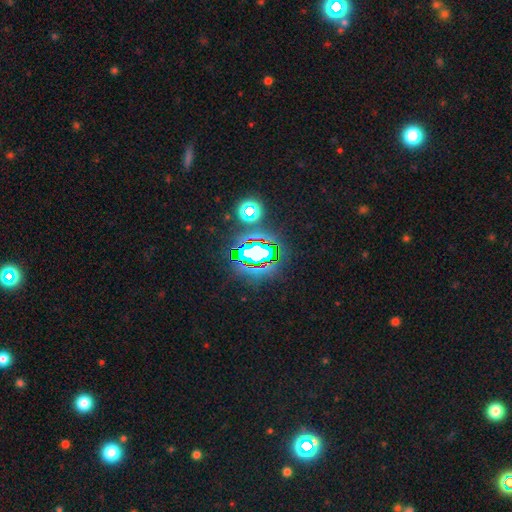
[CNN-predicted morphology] Q: Smooth or featured?
A: star or artifact (72%); runner-up: smooth (16%)